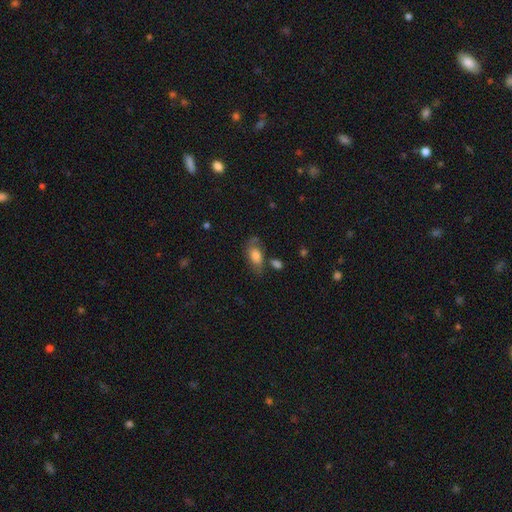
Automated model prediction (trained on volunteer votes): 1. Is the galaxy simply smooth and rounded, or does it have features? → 66% smooth, 25% featured or disk, 9% star or artifact.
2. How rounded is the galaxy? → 85% in between, 7% round, 7% cigar-shaped.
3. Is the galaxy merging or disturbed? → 53% none, 26% minor disturbance, 13% major disturbance, 8% merger.